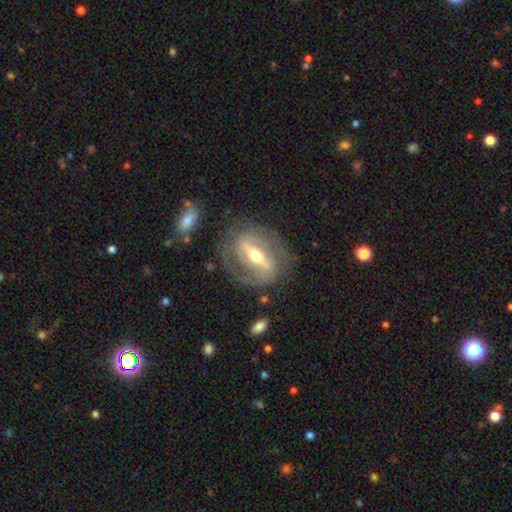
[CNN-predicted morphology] Overall: featured or disk (82%). Edge-on disk: no (85%). Bar: strong (73%). Spiral arms: yes (73%). Spiral arm count: 2 (75%). Spiral winding: tight (44%; medium 40%). Bulge size: moderate (68%). Merging: none (74%).